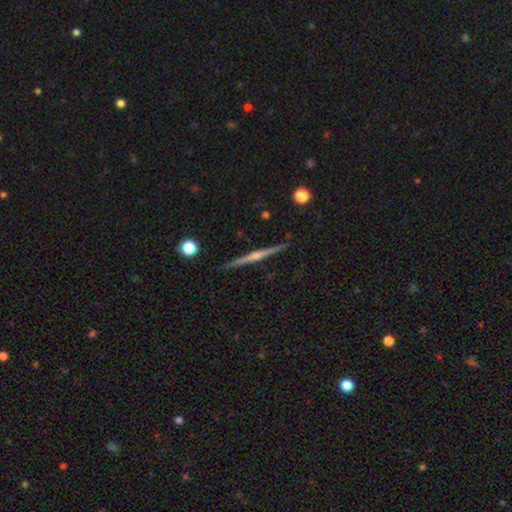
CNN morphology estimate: Smooth or featured: featured or disk — 77% (smooth — 16%)
Edge-on disk: yes — 99% (no — 1%)
Edge-on bulge: rounded — 72% (none — 19%)
Merging: none — 91% (minor disturbance — 6%)